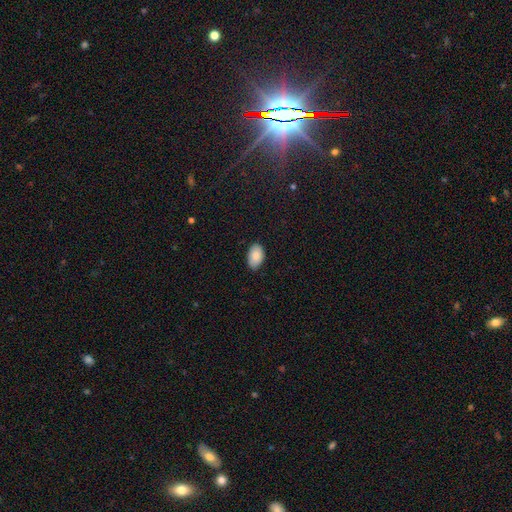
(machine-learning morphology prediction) type=smooth (88%); roundness=in between (93%); merging=none (85%).